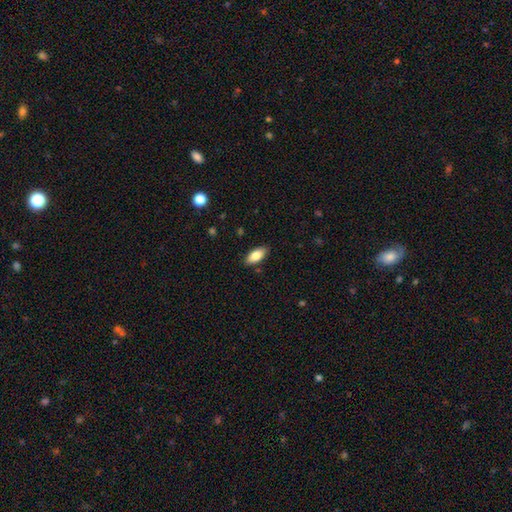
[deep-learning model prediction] This appears to be a smooth galaxy with no disk features (81%) that is in between round and cigar-shaped (89%). Merging: none (87%).